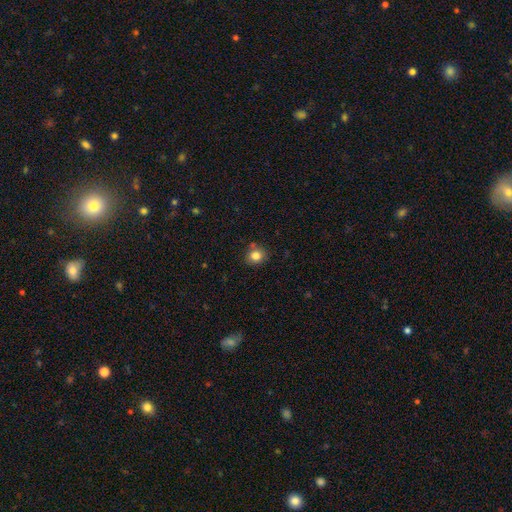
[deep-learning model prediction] A smooth galaxy with no disk features (82%) that is round (83%). Merging: none (80%).